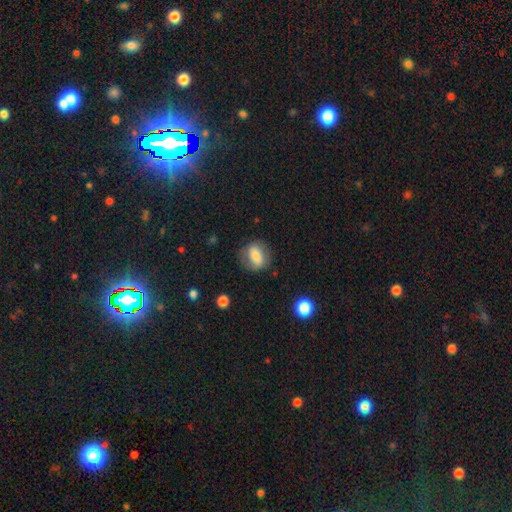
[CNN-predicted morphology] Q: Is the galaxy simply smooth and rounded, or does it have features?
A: smooth — 70%.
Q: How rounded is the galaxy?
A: in between — 50%.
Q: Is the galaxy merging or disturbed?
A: none — 74%.